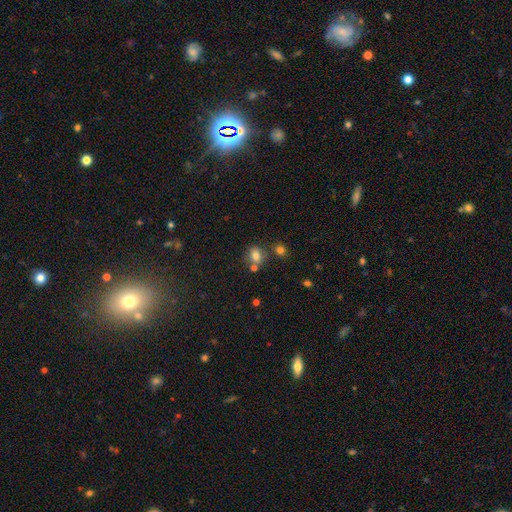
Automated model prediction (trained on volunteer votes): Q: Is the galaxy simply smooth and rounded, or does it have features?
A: smooth — 76%.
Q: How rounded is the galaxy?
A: round — 57%.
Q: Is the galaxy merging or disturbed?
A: none — 64%.